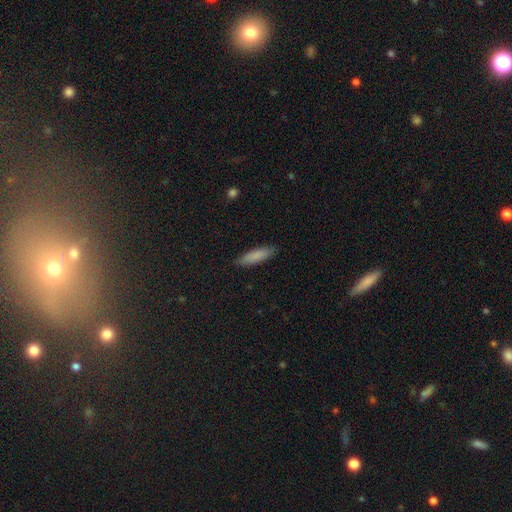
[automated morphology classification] Smooth or featured?
  - smooth: 86% *
  - featured or disk: 8%
  - star or artifact: 6%
How rounded?
  - cigar-shaped: 63% *
  - in between: 36%
  - round: 1%
Merging?
  - none: 87% *
  - minor disturbance: 10%
  - major disturbance: 2%
  - merger: 1%